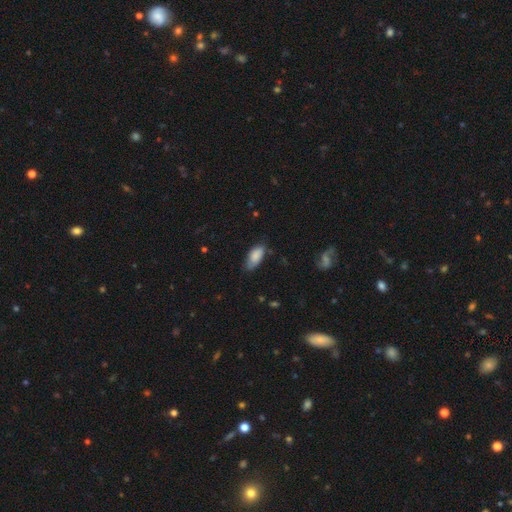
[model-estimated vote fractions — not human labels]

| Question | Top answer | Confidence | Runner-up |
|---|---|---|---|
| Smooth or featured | smooth | 83% | featured or disk (10%) |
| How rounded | in between | 89% | cigar-shaped (8%) |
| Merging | none | 61% | minor disturbance (31%) |